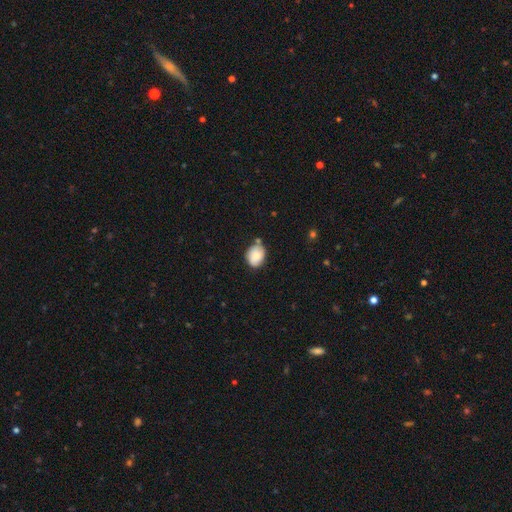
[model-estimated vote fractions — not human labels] A smooth galaxy with no disk features (82%) that is in between round and cigar-shaped (60%). Merging: none (65%).